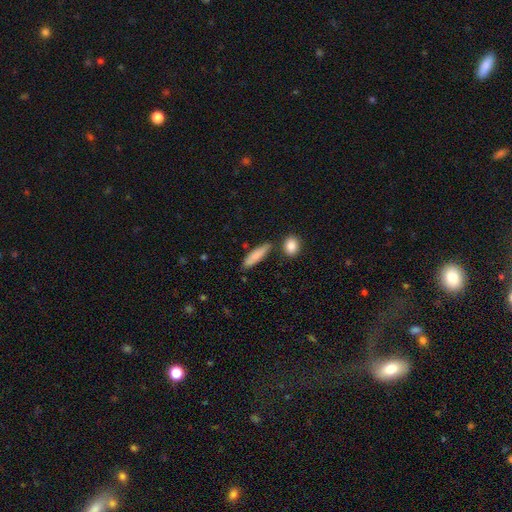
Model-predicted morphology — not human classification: Smooth or featured: smooth — 83% (featured or disk — 11%)
How rounded: cigar-shaped — 69% (in between — 28%)
Merging: none — 77% (minor disturbance — 14%)